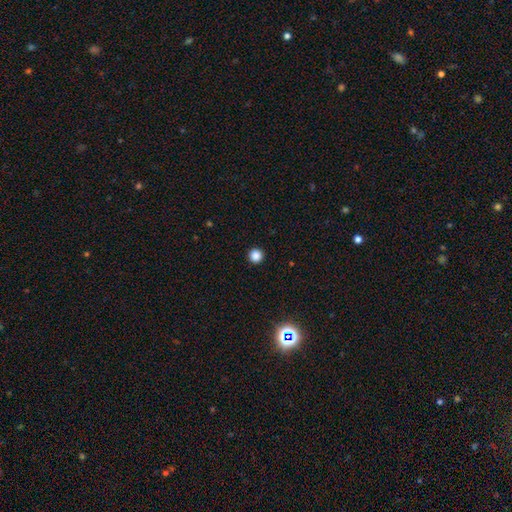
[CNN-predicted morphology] This is clearly a smooth galaxy (86%). How rounded: clearly round (96%). Merging: clearly none (94%).